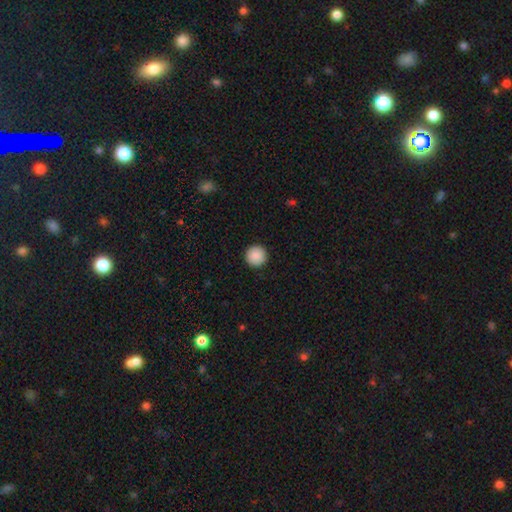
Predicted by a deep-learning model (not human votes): This is clearly a smooth galaxy (90%). How rounded: clearly round (96%). Merging: clearly none (93%).